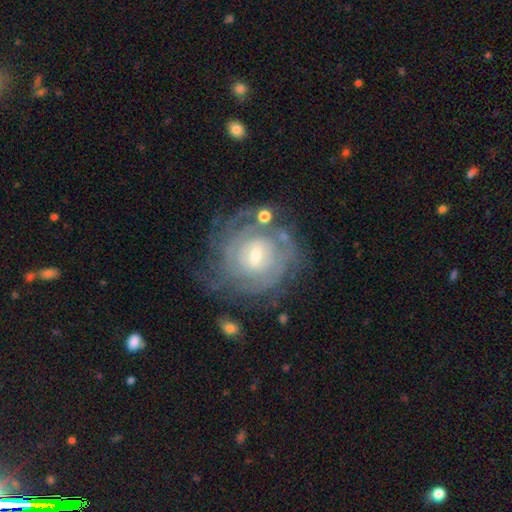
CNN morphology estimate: A featured or disk galaxy (80%) with a weak bar (50%), tight (75%) spiral arms (90%) and a small central bulge (55%). Merging: none (67%).